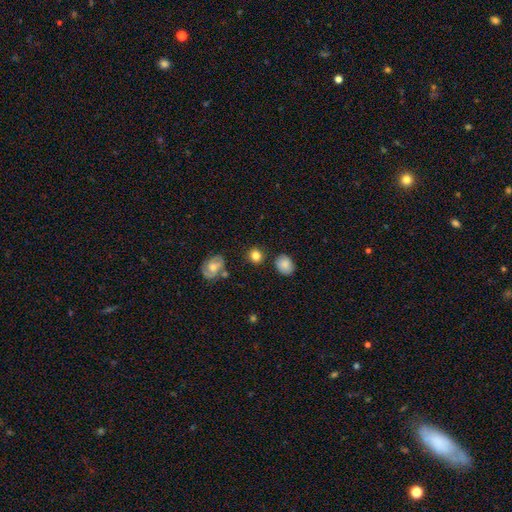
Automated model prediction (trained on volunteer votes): The model was most divided on "how rounded": round: 78%, in between: 20%, cigar-shaped: 1%. More confident: smooth or featured — smooth (83%); merging — none (81%).